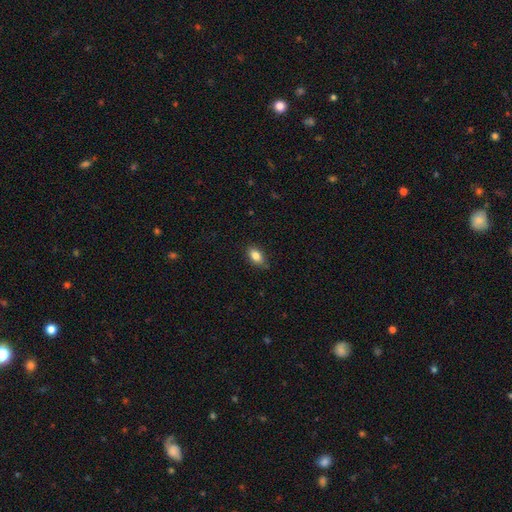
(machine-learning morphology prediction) Smooth or featured? smooth (83%)
How rounded? in between (86%)
Merging? none (79%)